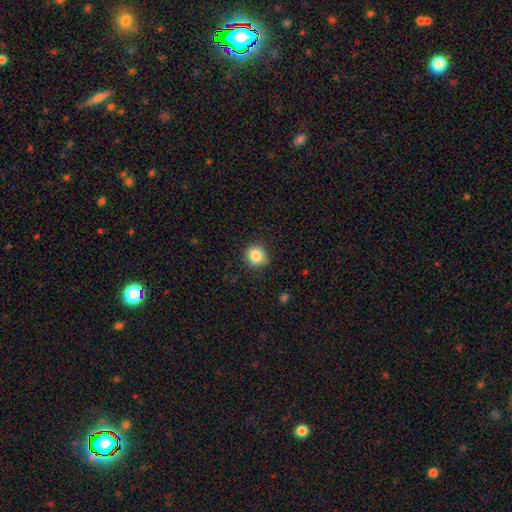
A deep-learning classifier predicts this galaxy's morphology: Smooth or featured: smooth — 85% (star or artifact — 10%)
How rounded: round — 90% (in between — 9%)
Merging: none — 88% (minor disturbance — 9%)